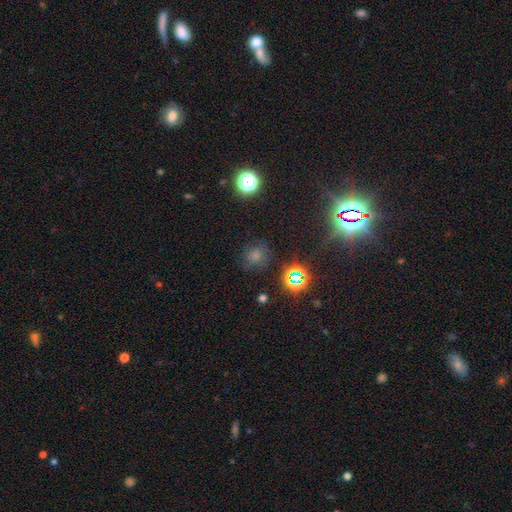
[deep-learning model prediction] A smooth galaxy with no disk features (61%) that is round (85%).

Vote fractions:
- Smooth or featured? smooth: 61% / star or artifact: 29% / featured or disk: 10%
- How rounded? round: 85% / in between: 14% / cigar-shaped: 1%
- Merging? none: 75% / minor disturbance: 15% / major disturbance: 7% / merger: 2%